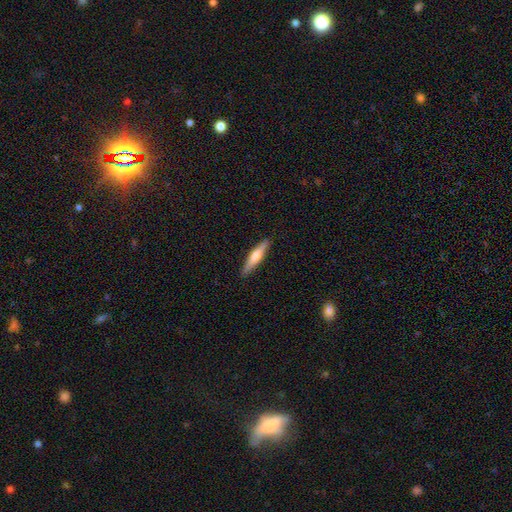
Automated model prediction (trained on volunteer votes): Q: Smooth or featured?
A: smooth (51%); runner-up: featured or disk (43%)
Q: How rounded?
A: cigar-shaped (86%); runner-up: in between (12%)
Q: Merging?
A: none (90%); runner-up: minor disturbance (8%)